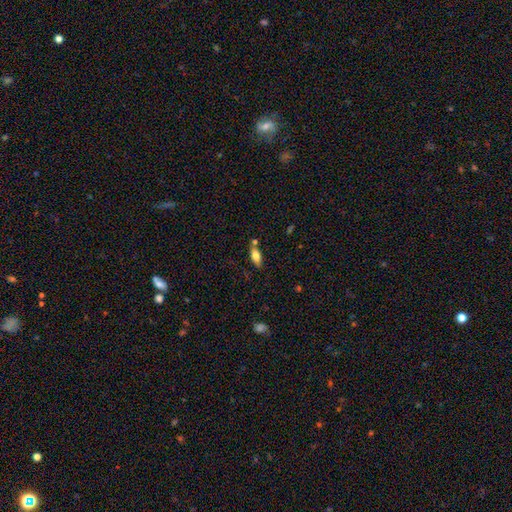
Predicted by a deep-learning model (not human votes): The model was most divided on "merging": none: 70%, minor disturbance: 15%, merger: 11%, major disturbance: 4%. More confident: how rounded — in between (83%); smooth or featured — smooth (76%).